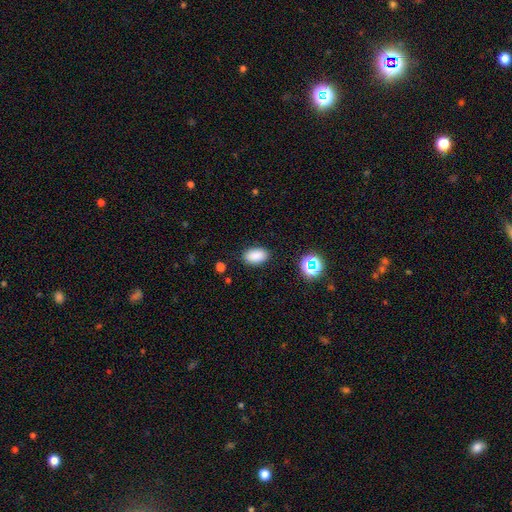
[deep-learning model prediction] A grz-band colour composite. It shows a smooth galaxy with no disk features (86%) that is in between round and cigar-shaped (91%). Merging: none (86%).